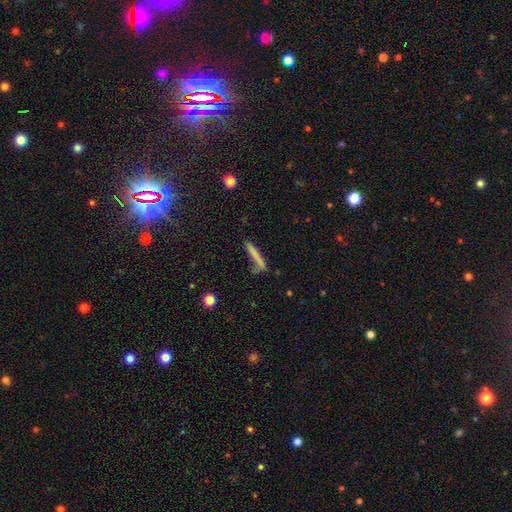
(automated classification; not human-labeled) Smooth or featured: smooth — 71% (featured or disk — 21%)
How rounded: cigar-shaped — 94% (in between — 4%)
Merging: none — 65% (minor disturbance — 21%)